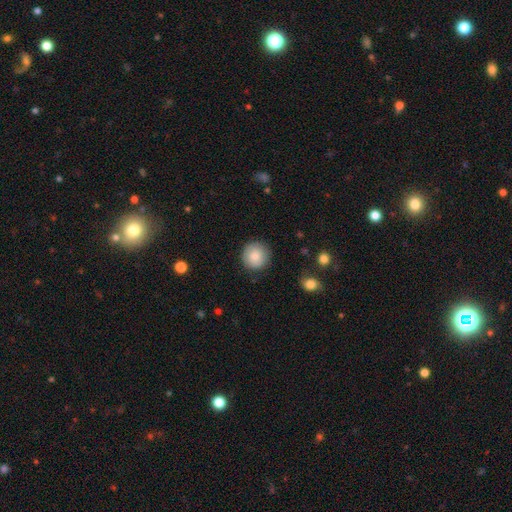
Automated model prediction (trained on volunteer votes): Q: Smooth or featured?
A: smooth (85%); runner-up: featured or disk (7%)
Q: How rounded?
A: round (94%); runner-up: in between (5%)
Q: Merging?
A: none (87%); runner-up: minor disturbance (9%)